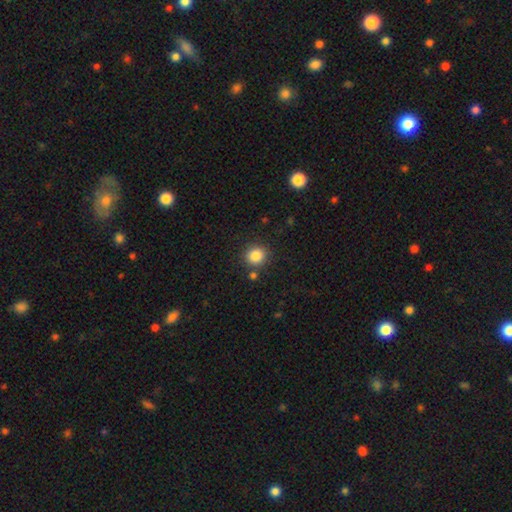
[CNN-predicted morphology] A smooth galaxy with no disk features (85%) that is round (87%).

Vote fractions:
- Smooth or featured? smooth: 85% / star or artifact: 11% / featured or disk: 5%
- How rounded? round: 87% / in between: 12% / cigar-shaped: 1%
- Merging? none: 84% / minor disturbance: 8% / merger: 5% / major disturbance: 3%